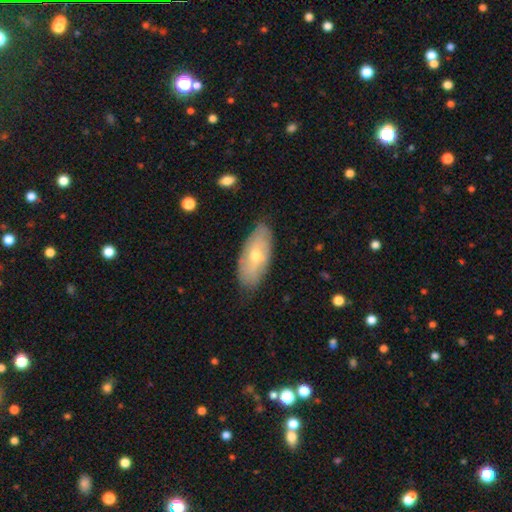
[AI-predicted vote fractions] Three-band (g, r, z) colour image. It shows a smooth galaxy with no disk features (51%) that is in between round and cigar-shaped (87%). Merging: none (78%).